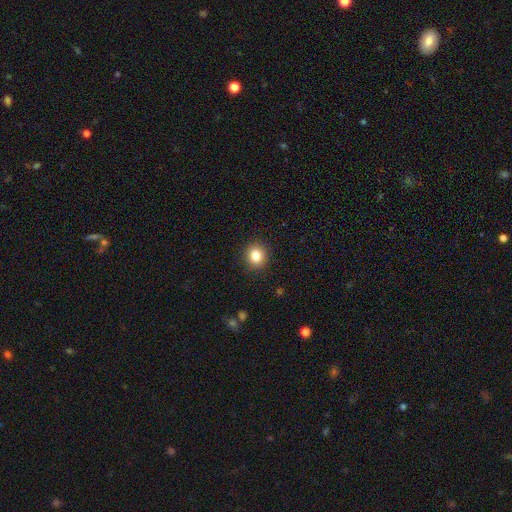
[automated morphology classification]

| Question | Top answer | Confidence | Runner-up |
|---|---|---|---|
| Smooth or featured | smooth | 83% | star or artifact (11%) |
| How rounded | round | 83% | in between (16%) |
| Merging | none | 90% | minor disturbance (7%) |